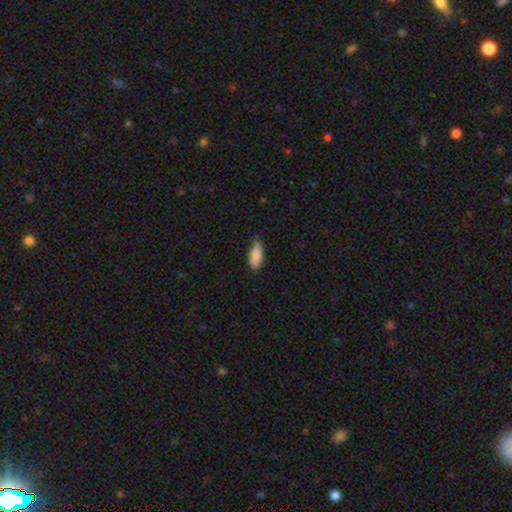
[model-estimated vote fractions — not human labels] Smooth or featured?
  - smooth: 88% *
  - star or artifact: 6%
  - featured or disk: 6%
How rounded?
  - in between: 81% *
  - cigar-shaped: 17%
  - round: 2%
Merging?
  - none: 77% *
  - minor disturbance: 19%
  - major disturbance: 2%
  - merger: 1%